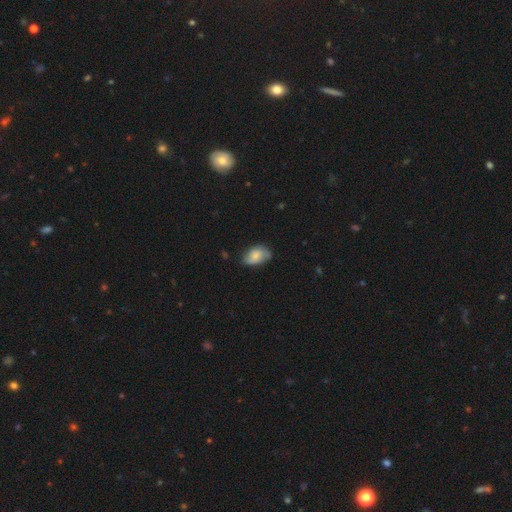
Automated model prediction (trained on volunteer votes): Smooth or featured: smooth — 68% (featured or disk — 25%)
How rounded: in between — 90% (round — 9%)
Merging: none — 58% (minor disturbance — 33%)